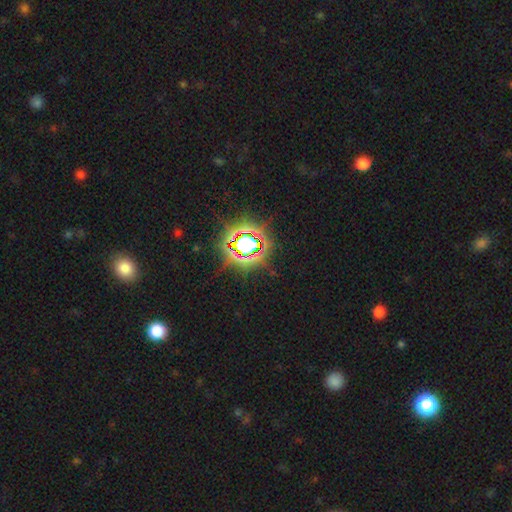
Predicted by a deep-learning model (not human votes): Overall: star or artifact (71%).